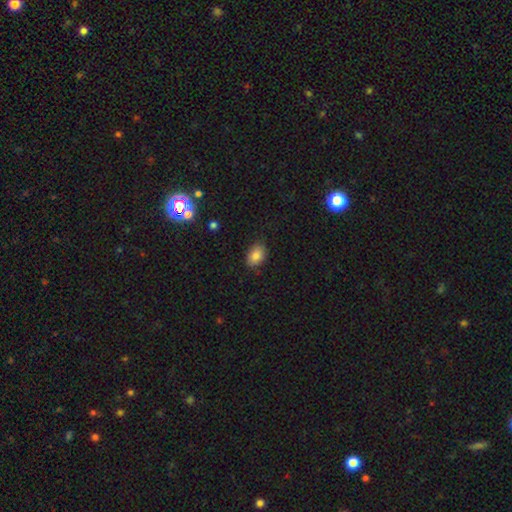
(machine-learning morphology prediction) This is clearly a smooth galaxy (83%). How rounded: clearly in between (81%). Merging: clearly none (82%).